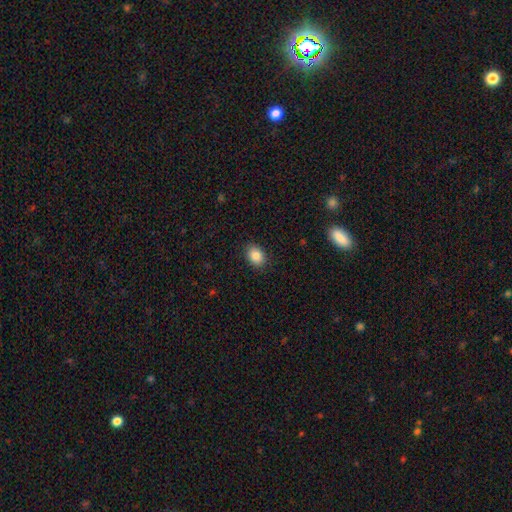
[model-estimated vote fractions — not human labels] smooth 87%, star or artifact 9%, featured or disk 5%. Down the decision tree: how rounded — in between (69%); merging — none (88%).